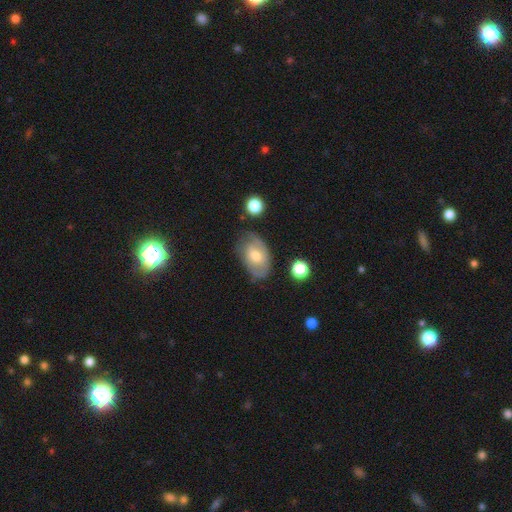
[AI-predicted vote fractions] Q: Smooth or featured?
A: smooth (52%); runner-up: featured or disk (41%)
Q: How rounded?
A: in between (88%); runner-up: round (10%)
Q: Merging?
A: none (59%); runner-up: minor disturbance (29%)